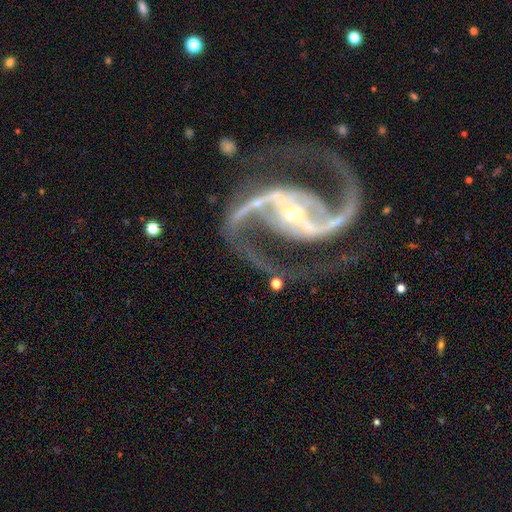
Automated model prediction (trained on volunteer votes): Smooth or featured?
  - featured or disk: 94% *
  - star or artifact: 5%
  - smooth: 2%
Edge-on disk?
  - no: 98% *
  - yes: 2%
Bar?
  - strong: 59% *
  - weak: 26%
  - no: 15%
Spiral arms?
  - yes: 99% *
  - no: 1%
Spiral winding?
  - medium: 66% *
  - loose: 21%
  - tight: 13%
Spiral arm count?
  - 2: 94% *
  - 3: 1%
  - can't tell: 1%
  - 1: 1%
  - 4: 1%
  - more than 4: 1%
Bulge size?
  - small: 65% *
  - moderate: 30%
  - large: 2%
  - none: 1%
  - dominant: 1%
Merging?
  - none: 76% *
  - minor disturbance: 12%
  - major disturbance: 9%
  - merger: 2%